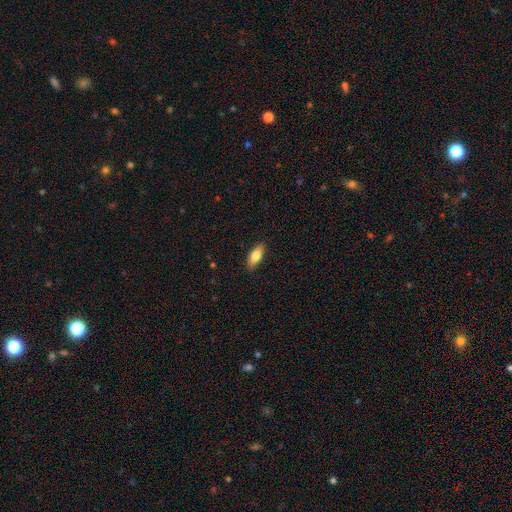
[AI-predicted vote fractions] A smooth galaxy with no disk features (77%) that is in between round and cigar-shaped (76%). Merging: none (88%).